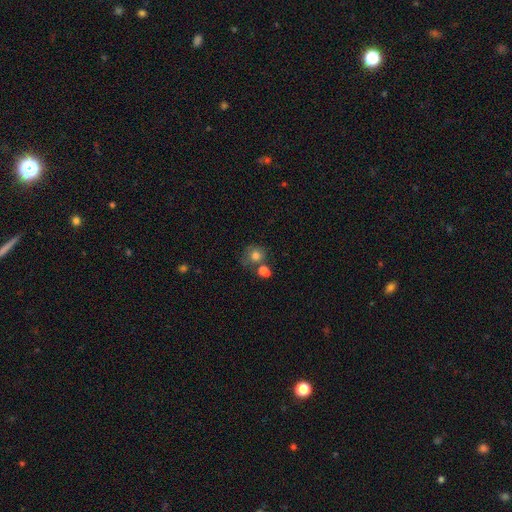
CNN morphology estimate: smooth-or-featured: smooth: 77% | featured or disk: 12% | star or artifact: 10%
  how-rounded: round: 74% | in between: 25% | cigar-shaped: 1%
  merging: none: 43% | merger: 32% | minor disturbance: 16% | major disturbance: 9%